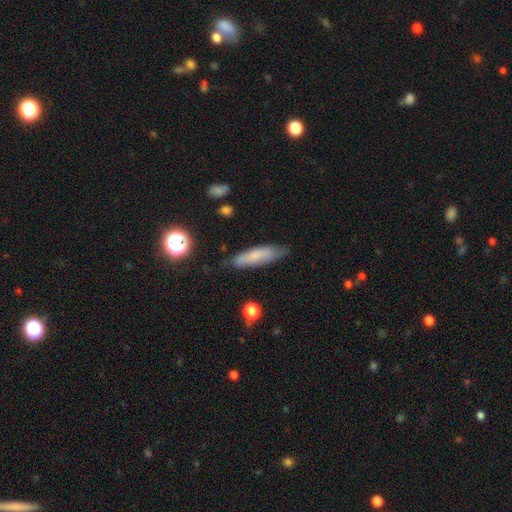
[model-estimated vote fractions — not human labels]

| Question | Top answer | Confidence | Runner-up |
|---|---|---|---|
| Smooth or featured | smooth | 72% | featured or disk (20%) |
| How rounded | cigar-shaped | 70% | in between (28%) |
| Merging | none | 74% | minor disturbance (20%) |